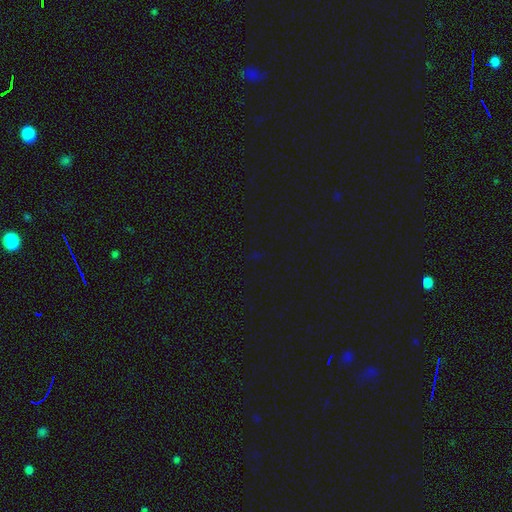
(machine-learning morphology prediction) A star or artifact, not a galaxy (77%).

Vote fractions:
- Smooth or featured? star or artifact: 77% / smooth: 17% / featured or disk: 7%